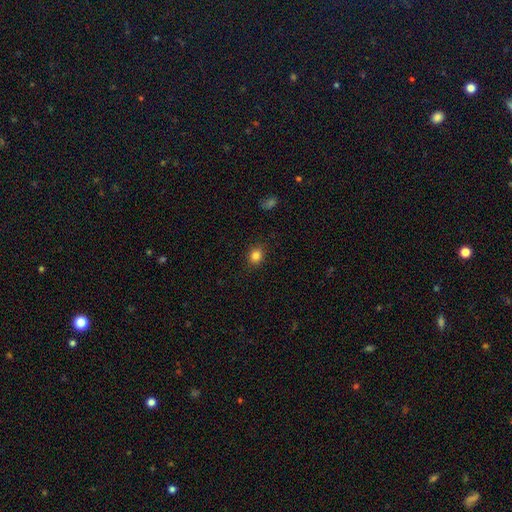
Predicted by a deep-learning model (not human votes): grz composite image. It shows a smooth galaxy with no disk features (83%) that is round (69%). Merging: none (89%).